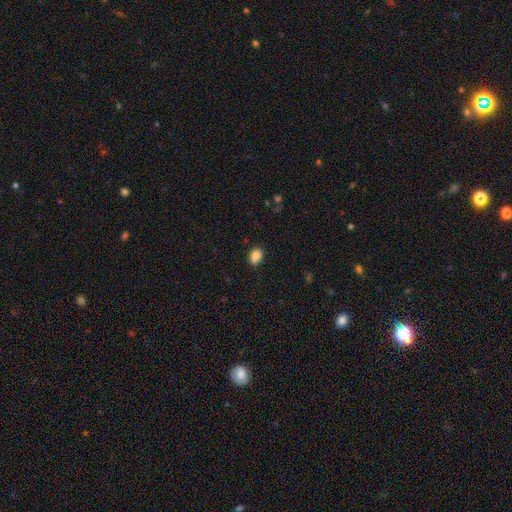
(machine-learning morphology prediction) Overall: smooth (84%). How rounded: in between (59%; round 40%). Merging: none (69%).